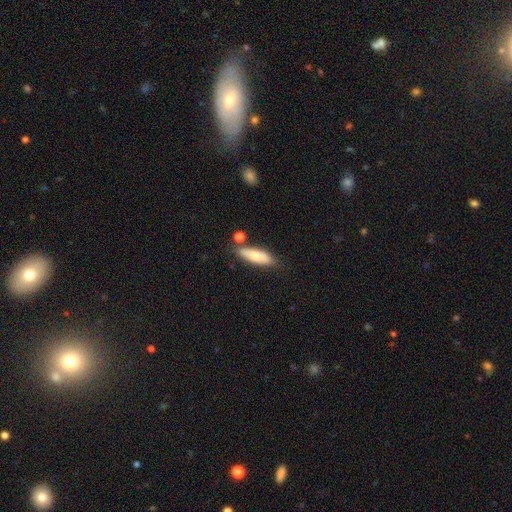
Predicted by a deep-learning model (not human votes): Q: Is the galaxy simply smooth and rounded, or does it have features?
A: smooth — 73%.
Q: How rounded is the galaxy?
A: in between — 49%, tied with cigar-shaped.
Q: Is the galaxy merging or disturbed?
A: none — 72%.